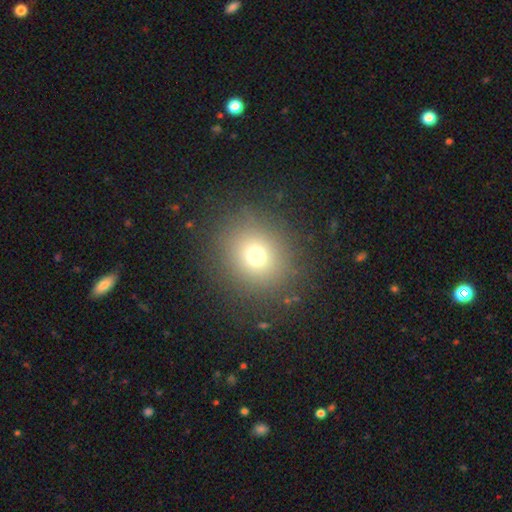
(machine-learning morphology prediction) A smooth galaxy with no disk features (71%) that is round (82%).

Vote fractions:
- Smooth or featured? smooth: 71% / star or artifact: 18% / featured or disk: 11%
- How rounded? round: 82% / in between: 17% / cigar-shaped: 1%
- Merging? none: 86% / minor disturbance: 8% / major disturbance: 5% / merger: 1%